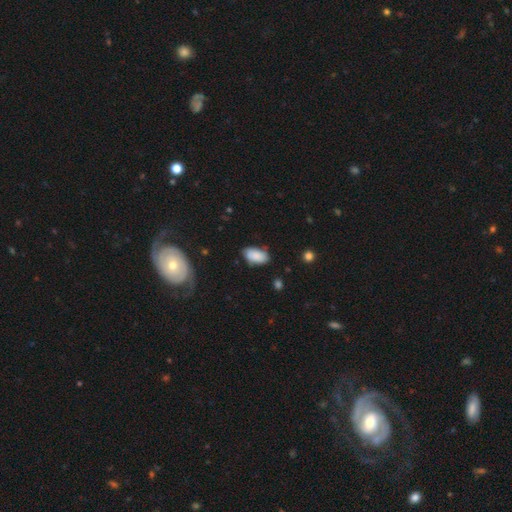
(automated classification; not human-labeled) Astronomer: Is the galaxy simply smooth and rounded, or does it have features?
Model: smooth — 85%.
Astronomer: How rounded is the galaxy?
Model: in between — 94%.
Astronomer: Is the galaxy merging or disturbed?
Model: none — 71%.